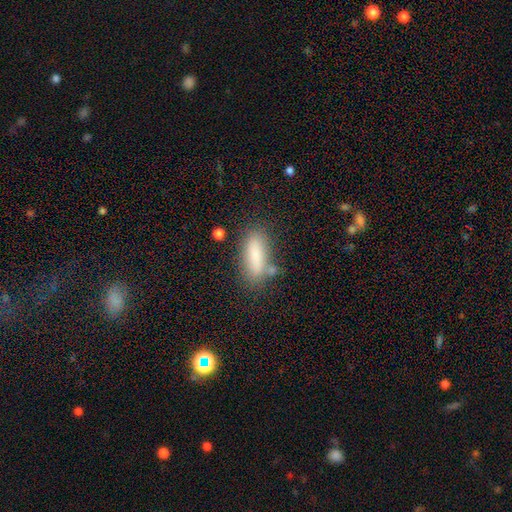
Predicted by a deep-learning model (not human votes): smooth 82%, featured or disk 10%, star or artifact 8%. Down the decision tree: how rounded — in between (60%); merging — none (69%).